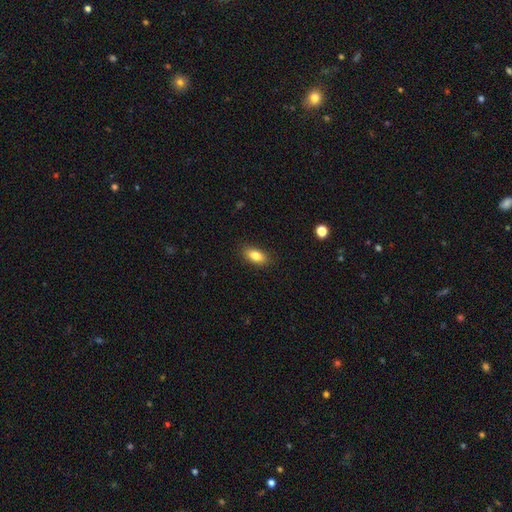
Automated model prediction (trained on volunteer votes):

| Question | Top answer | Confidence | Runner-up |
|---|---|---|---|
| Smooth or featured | smooth | 84% | featured or disk (8%) |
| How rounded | in between | 89% | round (6%) |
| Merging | none | 87% | minor disturbance (9%) |